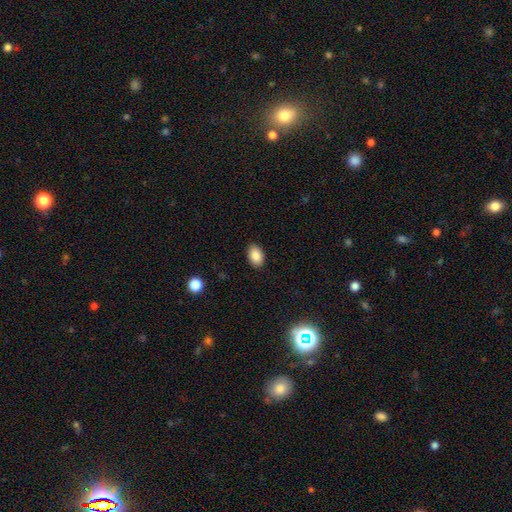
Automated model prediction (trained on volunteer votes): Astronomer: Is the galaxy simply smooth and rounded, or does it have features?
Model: smooth — 87%.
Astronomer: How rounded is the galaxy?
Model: in between — 87%.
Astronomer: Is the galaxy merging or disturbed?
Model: none — 88%.